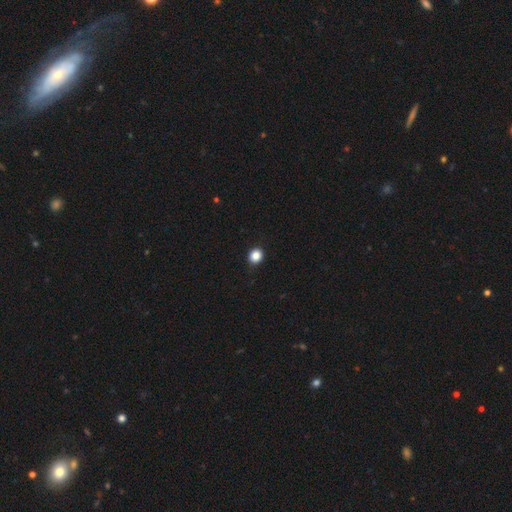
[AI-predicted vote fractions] smooth_or_featured: smooth (p=0.86) [alt: star or artifact p=0.11]
how_rounded: round (p=0.79) [alt: in between p=0.21]
merging: none (p=0.89) [alt: minor disturbance p=0.08]